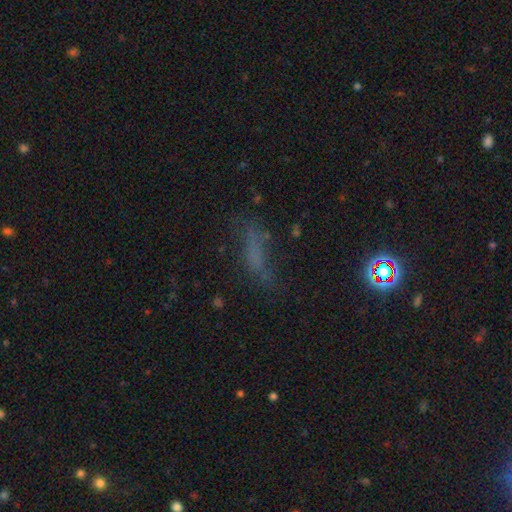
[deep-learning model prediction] A smooth galaxy with no disk features (45%). Merging: none (48%).